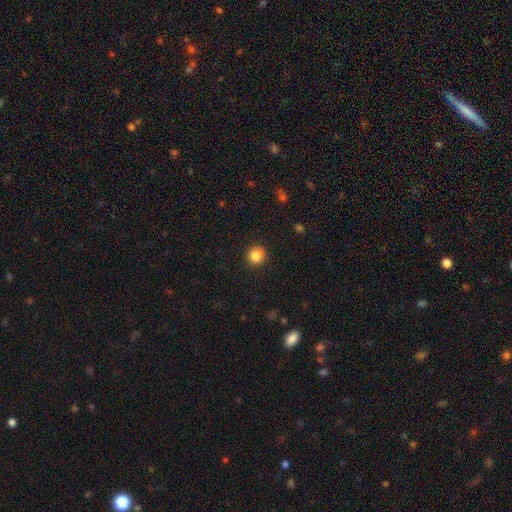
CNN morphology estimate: smooth_or_featured: smooth (p=0.84) [alt: star or artifact p=0.10]
how_rounded: round (p=0.91) [alt: in between p=0.08]
merging: none (p=0.92) [alt: minor disturbance p=0.06]